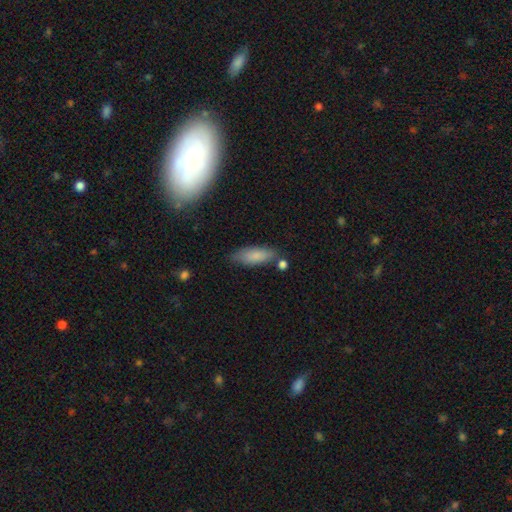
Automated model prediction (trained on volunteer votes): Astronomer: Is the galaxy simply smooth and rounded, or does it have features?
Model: smooth — 81%.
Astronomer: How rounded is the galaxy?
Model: in between — 68%.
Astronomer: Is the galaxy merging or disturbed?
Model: none — 71%.